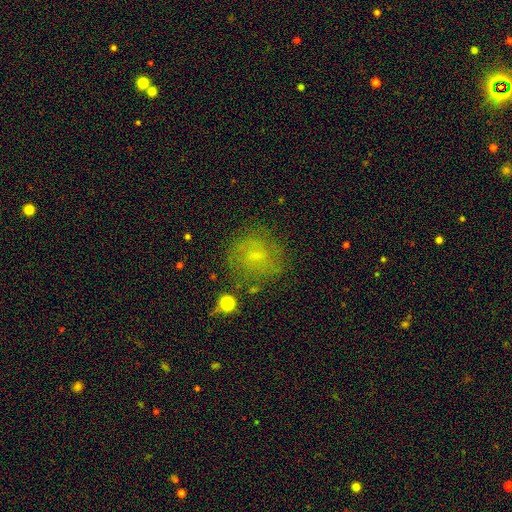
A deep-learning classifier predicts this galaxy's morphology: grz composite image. It shows a featured or disk galaxy (46%). Merging: none (71%).